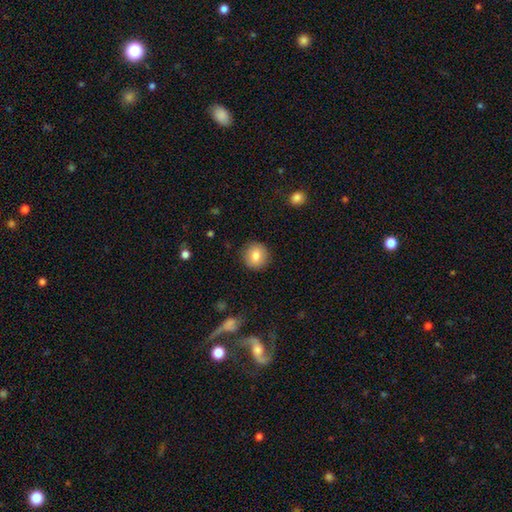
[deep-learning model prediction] Morphology: type=smooth (82%); roundness=round (92%); merging=none (89%).